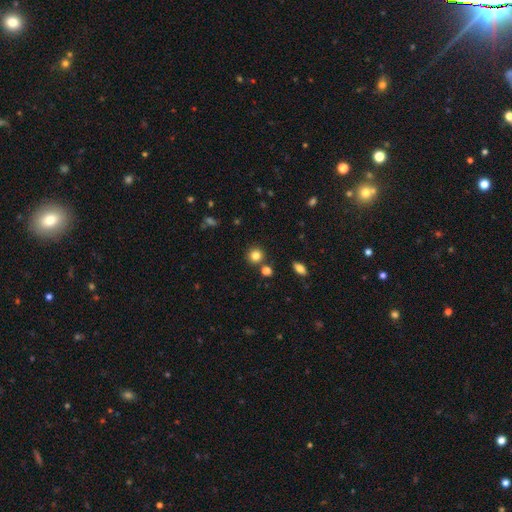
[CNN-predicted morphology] Smooth or featured?
  - smooth: 83% *
  - star or artifact: 12%
  - featured or disk: 5%
How rounded?
  - round: 91% *
  - in between: 8%
  - cigar-shaped: 1%
Merging?
  - none: 81% *
  - merger: 9%
  - minor disturbance: 7%
  - major disturbance: 2%